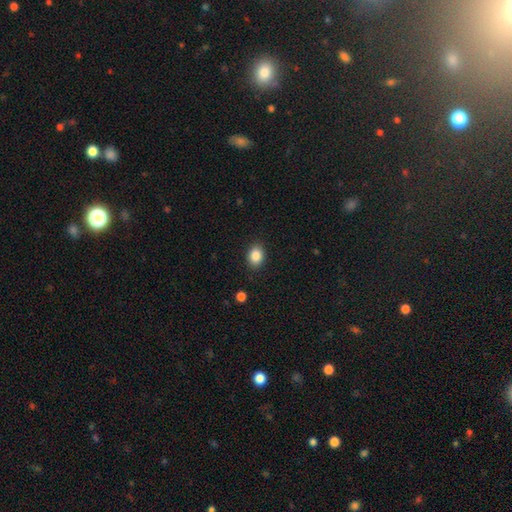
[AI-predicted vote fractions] Smooth or featured: smooth — 86% (star or artifact — 9%)
How rounded: in between — 58% (round — 41%)
Merging: none — 89% (minor disturbance — 8%)